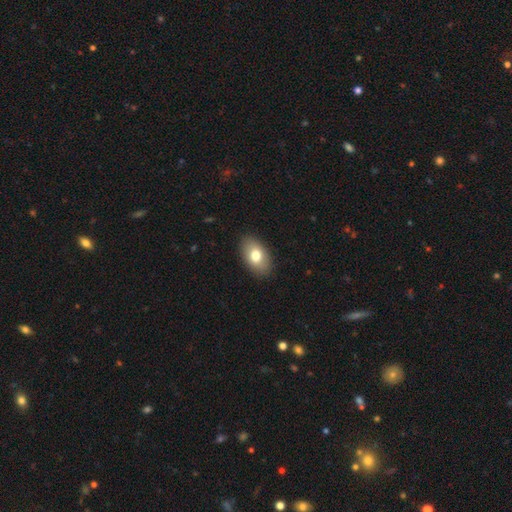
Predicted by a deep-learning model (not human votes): A smooth galaxy with no disk features (76%) that is in between round and cigar-shaped (91%).

Vote fractions:
- Smooth or featured? smooth: 76% / featured or disk: 17% / star or artifact: 7%
- How rounded? in between: 91% / round: 7% / cigar-shaped: 2%
- Merging? none: 88% / minor disturbance: 9% / major disturbance: 2% / merger: 1%